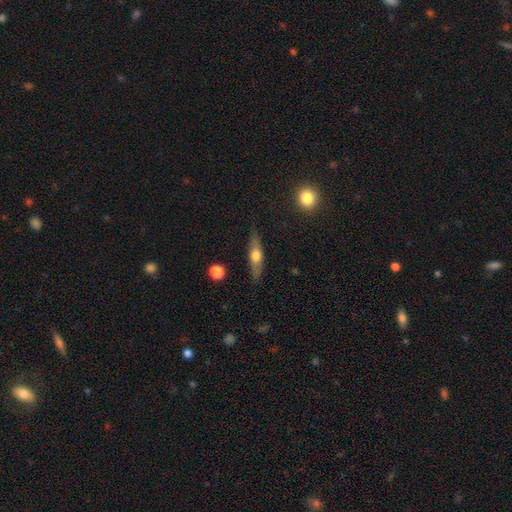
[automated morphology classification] Q: Smooth or featured?
A: featured or disk (49%); runner-up: smooth (44%)
Q: Merging?
A: none (83%); runner-up: minor disturbance (12%)